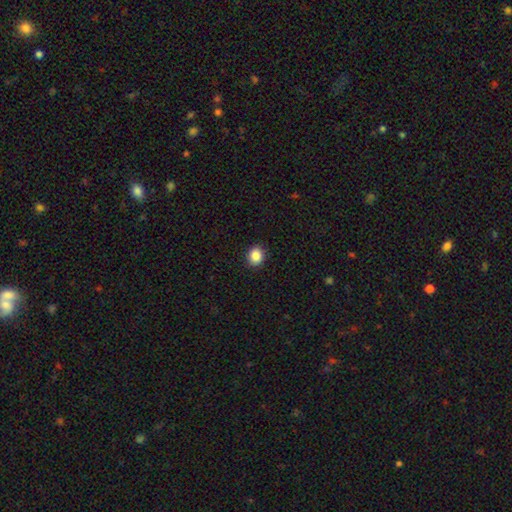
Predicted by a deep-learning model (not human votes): smooth_or_featured: smooth (p=0.87) [alt: star or artifact p=0.09]
how_rounded: round (p=0.68) [alt: in between p=0.31]
merging: none (p=0.91) [alt: minor disturbance p=0.06]